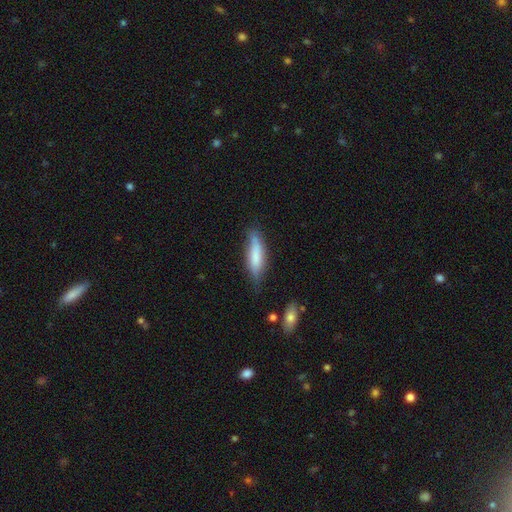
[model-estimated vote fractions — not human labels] Smooth or featured? smooth (73%)
How rounded? cigar-shaped (61%)
Merging? none (59%)